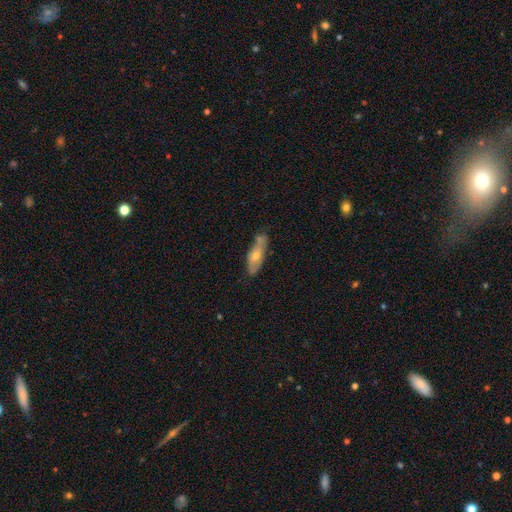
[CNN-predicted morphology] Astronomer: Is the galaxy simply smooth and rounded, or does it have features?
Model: featured or disk — 52% (runner-up: smooth, 41%).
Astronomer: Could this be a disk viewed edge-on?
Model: no — 62% (runner-up: yes, 38%).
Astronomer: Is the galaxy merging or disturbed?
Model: none — 62%.